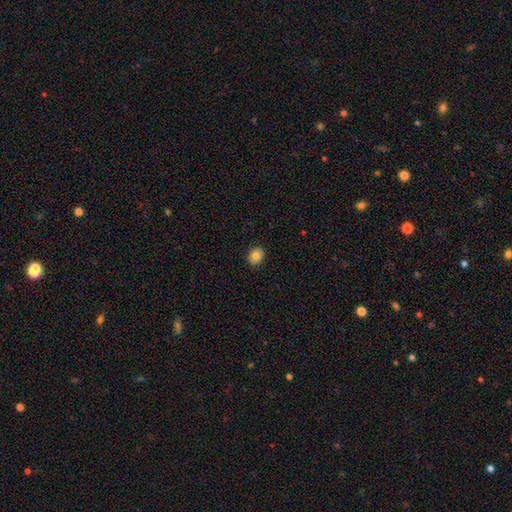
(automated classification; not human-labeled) Smooth or featured? Predicted: smooth (p=0.83). How rounded? Predicted: round (p=0.64). Merging? Predicted: none (p=0.88).